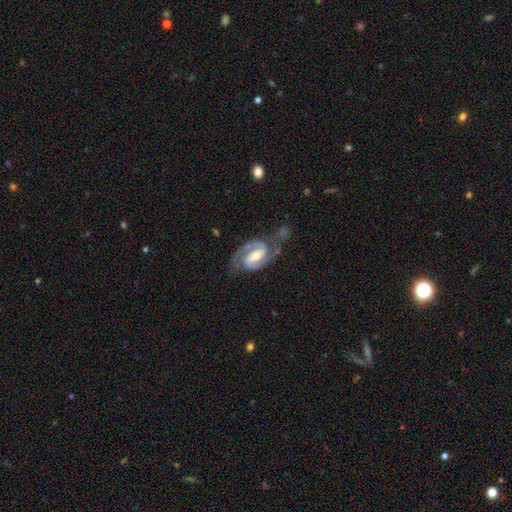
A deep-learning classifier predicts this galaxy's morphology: This is clearly a featured or disk galaxy (91%). It is clearly not viewed edge-on (97%). Bar: marginally strong (44%). Spiral arm pattern: clearly yes (98%). Spiral arm count: clearly 2 (92%). Spiral winding: possibly medium (53%). Central bulge: possibly moderate (57%). Merging: likely none (68%).